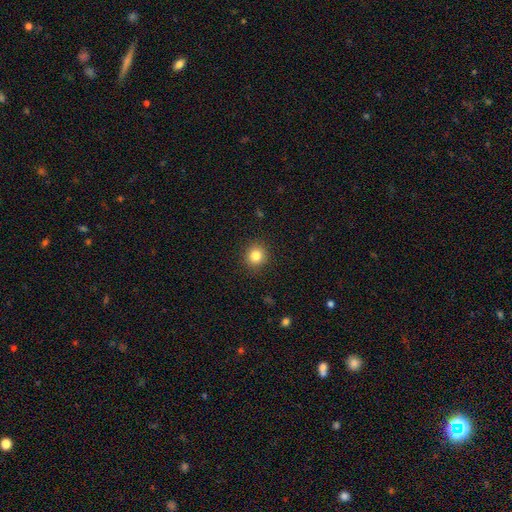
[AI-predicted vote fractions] A smooth galaxy with no disk features (83%) that is round (87%). Merging: none (90%).